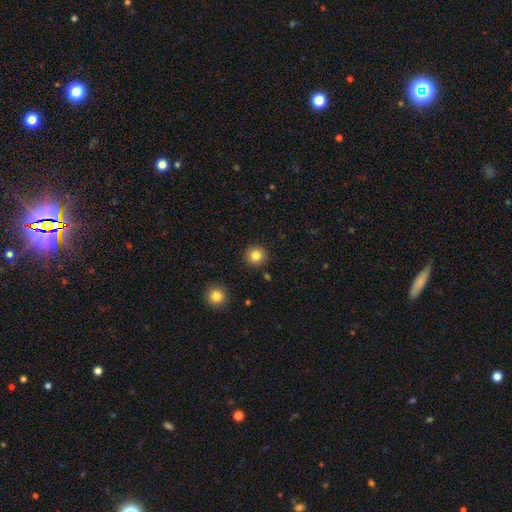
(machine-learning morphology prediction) Smooth or featured? Predicted: smooth (p=0.82). How rounded? Predicted: round (p=0.94). Merging? Predicted: none (p=0.90).